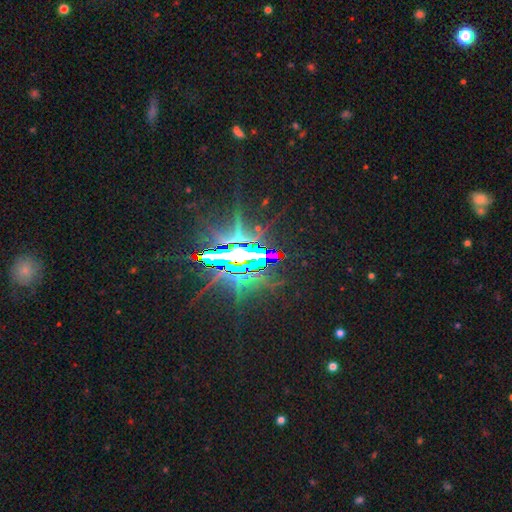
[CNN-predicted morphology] Q: Smooth or featured?
A: star or artifact (84%); runner-up: featured or disk (10%)